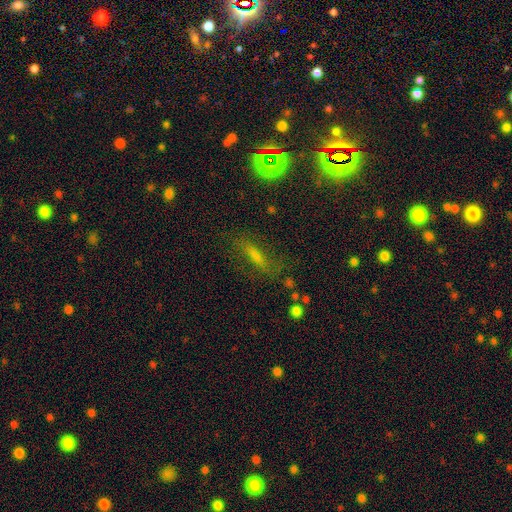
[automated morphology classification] Q: Smooth or featured?
A: smooth (45%); runner-up: star or artifact (29%)
Q: Merging?
A: none (70%); runner-up: minor disturbance (17%)